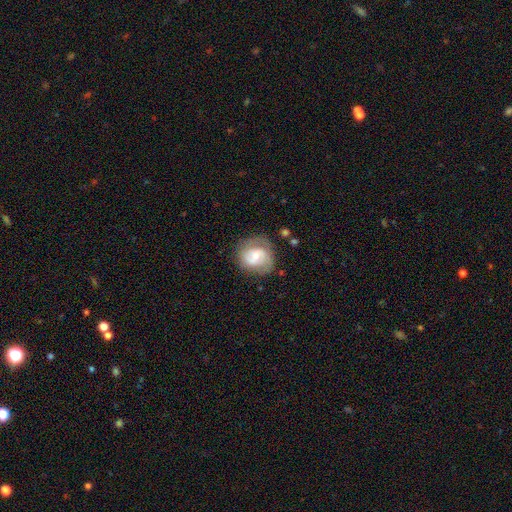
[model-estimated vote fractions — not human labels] Smooth or featured? featured or disk (58%)
Edge-on disk? no (97%)
Bar? no (50%)
Spiral arms? yes (76%)
Bulge size? small (47%)
Merging? none (64%)